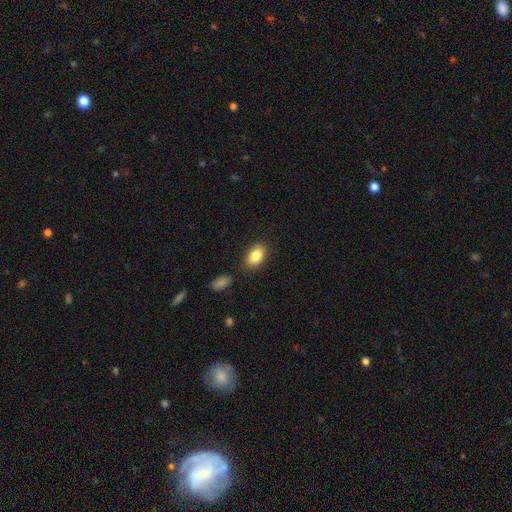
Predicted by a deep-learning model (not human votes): Smooth or featured? Predicted: smooth (p=0.84). How rounded? Predicted: in between (p=0.88). Merging? Predicted: none (p=0.81).